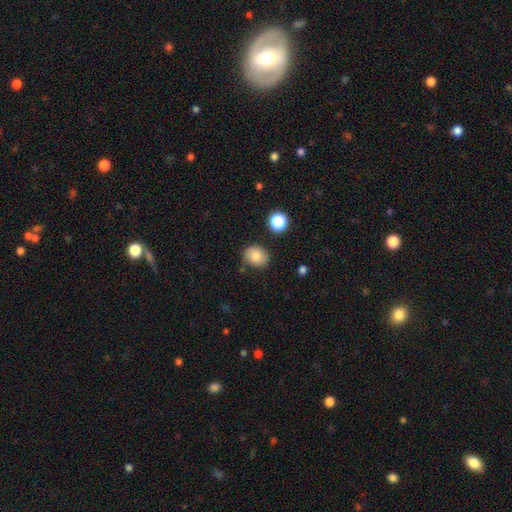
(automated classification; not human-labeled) smooth 80%, featured or disk 10%, star or artifact 10%. Down the decision tree: how rounded — round (56%); merging — none (78%).